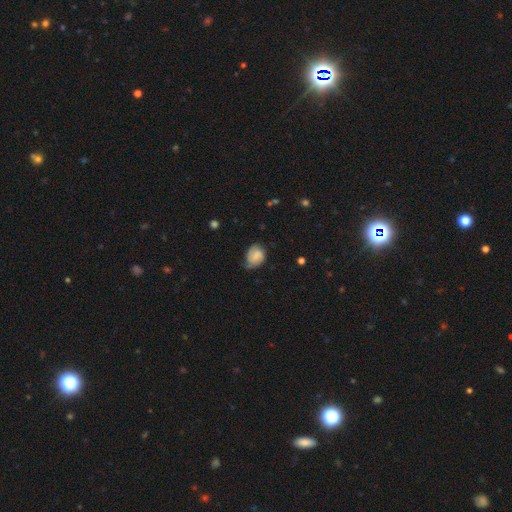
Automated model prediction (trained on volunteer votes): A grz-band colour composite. It shows a smooth galaxy with no disk features (57%) that is in between round and cigar-shaped (58%). Merging: none (49%).